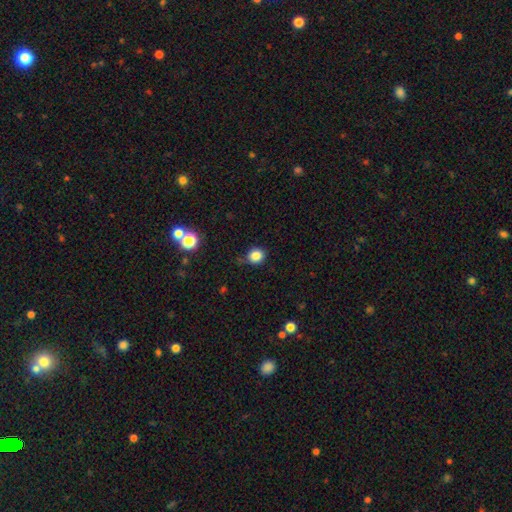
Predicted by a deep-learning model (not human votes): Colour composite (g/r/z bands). It shows a smooth galaxy with no disk features (83%) that is round (81%). Merging: none (76%).